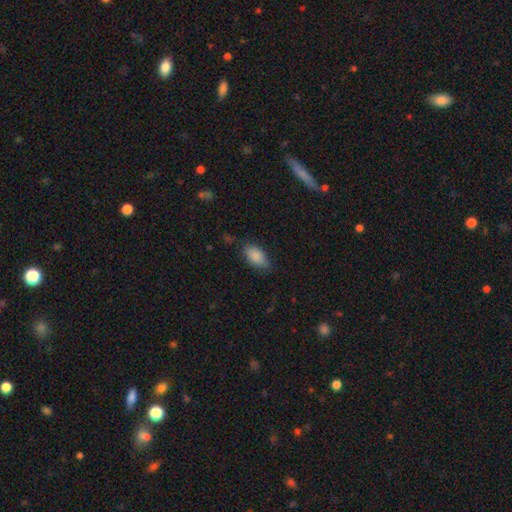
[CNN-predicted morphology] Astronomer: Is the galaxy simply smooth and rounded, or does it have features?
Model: smooth — 86%.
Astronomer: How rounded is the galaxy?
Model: in between — 92%.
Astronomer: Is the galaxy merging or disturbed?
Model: none — 69%.